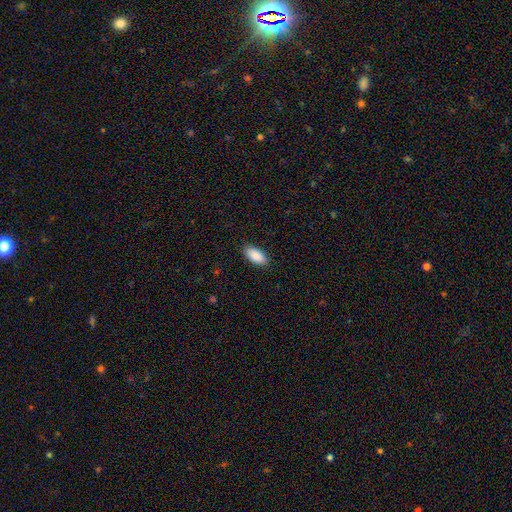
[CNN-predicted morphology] Smooth or featured? Predicted: smooth (p=0.90). How rounded? Predicted: in between (p=0.92). Merging? Predicted: none (p=0.88).